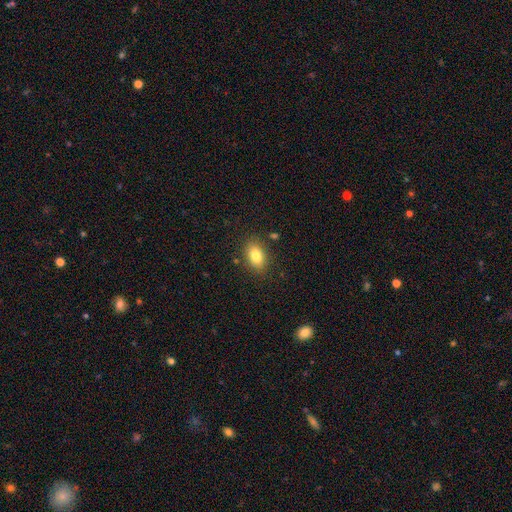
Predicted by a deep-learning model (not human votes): Q: Smooth or featured?
A: smooth (81%); runner-up: featured or disk (10%)
Q: How rounded?
A: in between (84%); runner-up: round (14%)
Q: Merging?
A: none (84%); runner-up: minor disturbance (10%)